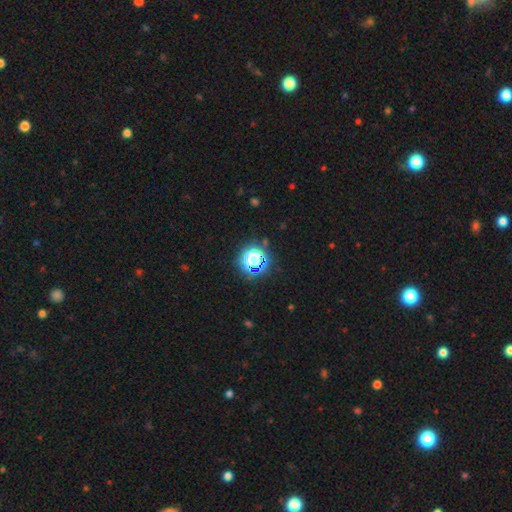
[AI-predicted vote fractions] Q: Smooth or featured?
A: star or artifact (57%); runner-up: smooth (33%)